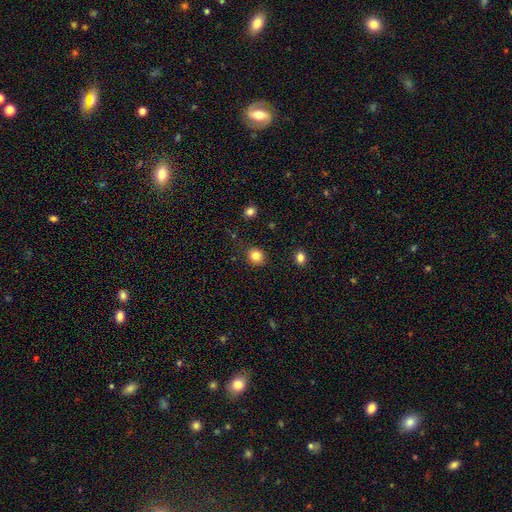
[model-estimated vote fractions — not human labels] The model was most divided on "how rounded": round: 81%, in between: 18%, cigar-shaped: 1%. More confident: merging — none (88%); smooth or featured — smooth (83%).